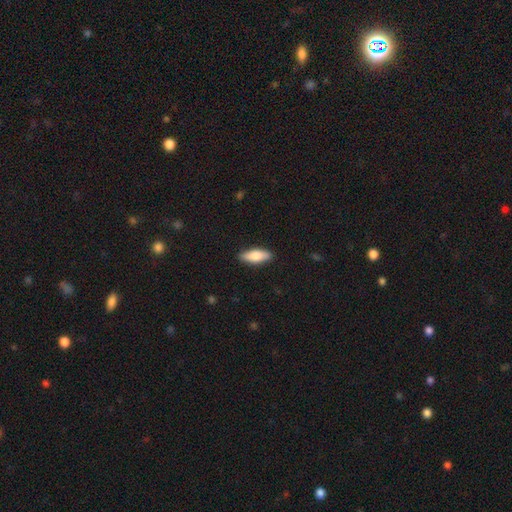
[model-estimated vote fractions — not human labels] Smooth or featured: smooth — 77% (featured or disk — 17%)
How rounded: in between — 67% (cigar-shaped — 30%)
Merging: none — 89% (minor disturbance — 8%)